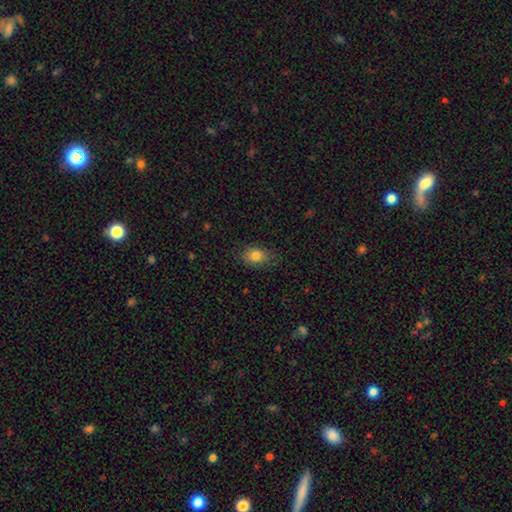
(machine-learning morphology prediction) A smooth galaxy with no disk features (81%) that is in between round and cigar-shaped (77%). Merging: none (77%).